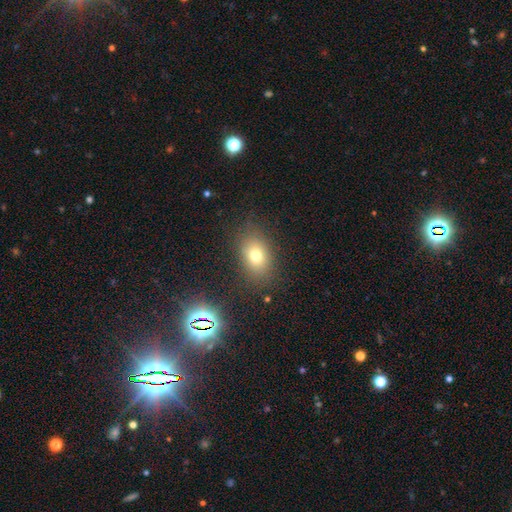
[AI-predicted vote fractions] smooth 73%, star or artifact 14%, featured or disk 13%. Down the decision tree: how rounded — in between (71%); merging — none (82%).